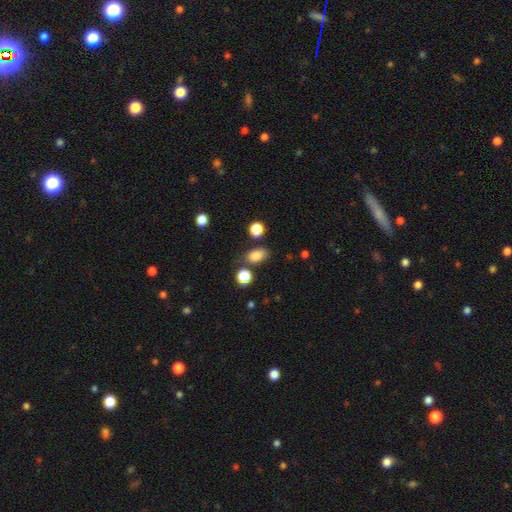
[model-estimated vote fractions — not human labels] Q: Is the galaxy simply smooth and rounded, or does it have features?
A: smooth — 82%.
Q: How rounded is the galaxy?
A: in between — 81%.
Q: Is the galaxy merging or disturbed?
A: none — 74%.